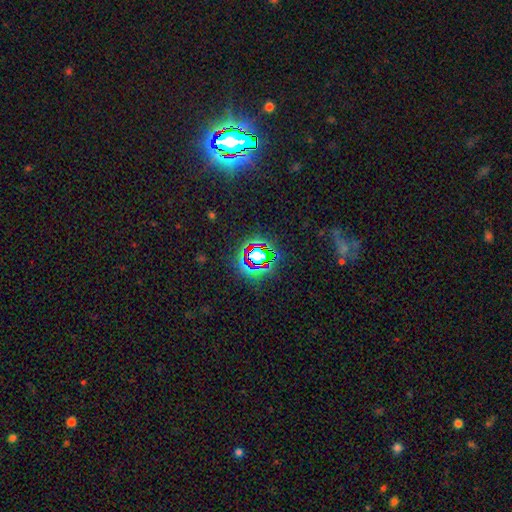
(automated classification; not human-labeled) Smooth or featured: star or artifact — 71% (smooth — 18%)